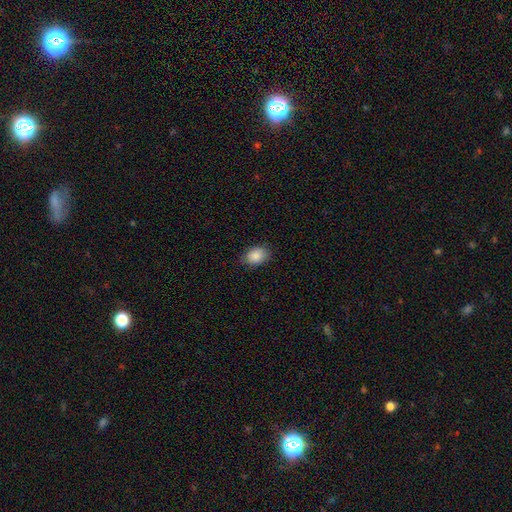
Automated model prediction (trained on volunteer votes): Smooth or featured: smooth — 87% (star or artifact — 8%)
How rounded: in between — 76% (round — 23%)
Merging: none — 82% (minor disturbance — 15%)